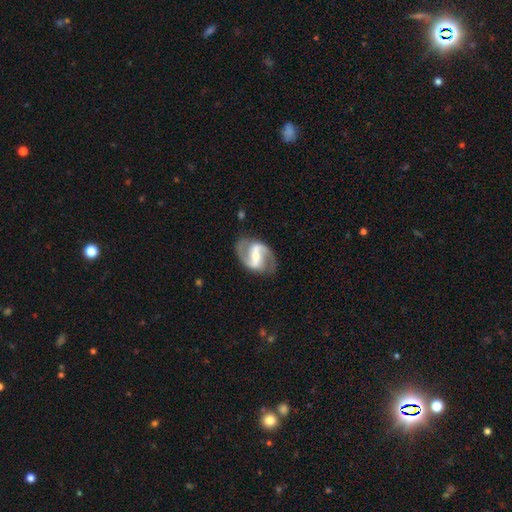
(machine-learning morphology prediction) Smooth or featured? featured or disk (89%)
Edge-on disk? no (98%)
Bar? strong (63%)
Spiral arms? yes (96%)
Spiral winding? medium (55%)
Spiral arm count? 2 (93%)
Bulge size? small (44%)
Merging? none (81%)